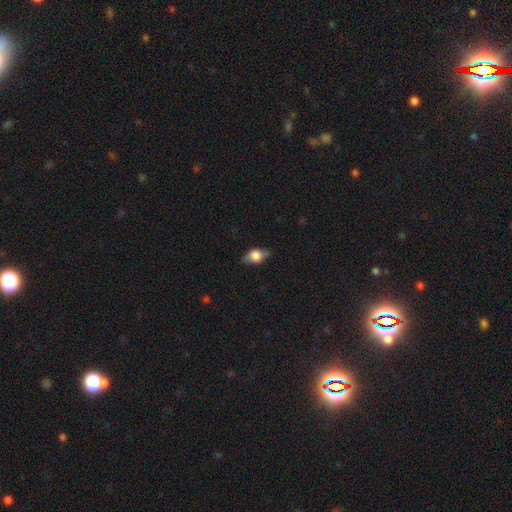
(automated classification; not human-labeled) A smooth galaxy with no disk features (54%) that is in between round and cigar-shaped (71%).

Vote fractions:
- Smooth or featured? smooth: 54% / featured or disk: 37% / star or artifact: 9%
- How rounded? in between: 71% / round: 23% / cigar-shaped: 6%
- Merging? none: 74% / minor disturbance: 20% / major disturbance: 5% / merger: 1%